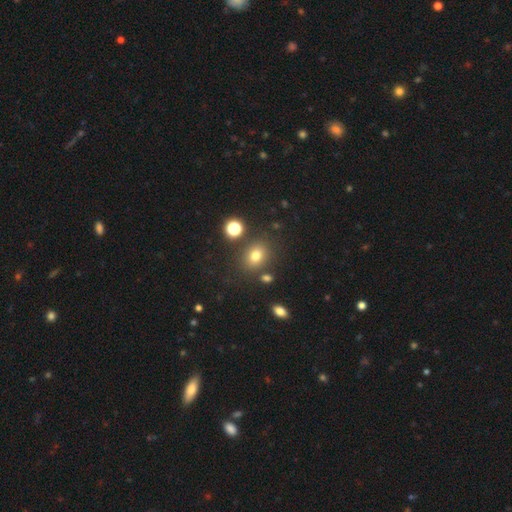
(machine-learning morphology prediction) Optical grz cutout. It shows a smooth galaxy with no disk features (75%) that is in between round and cigar-shaped (54%). Merging: none (78%).